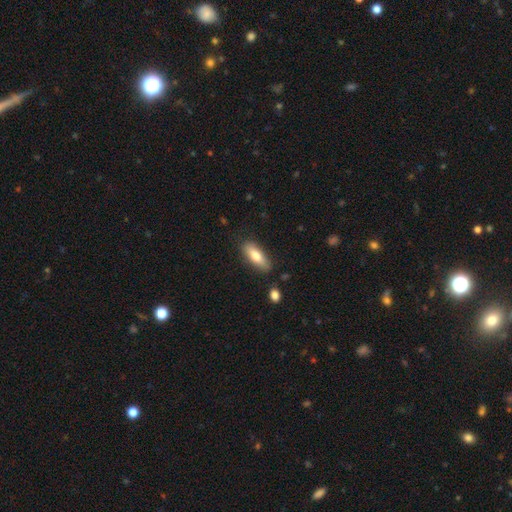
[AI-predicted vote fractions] smooth 76%, featured or disk 17%, star or artifact 6%. Down the decision tree: how rounded — in between (63%); merging — none (81%).